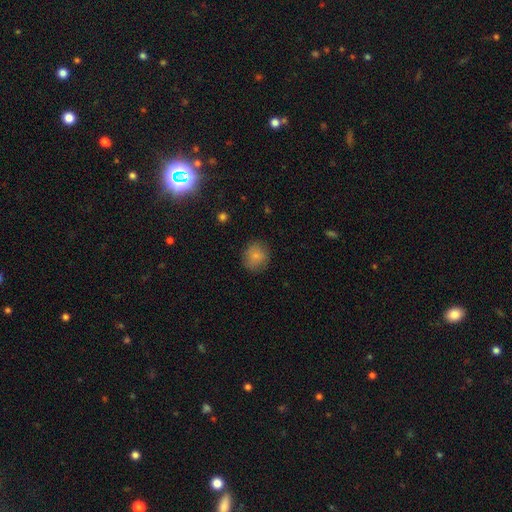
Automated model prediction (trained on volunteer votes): Smooth or featured: smooth — 83% (star or artifact — 9%)
How rounded: round — 84% (in between — 15%)
Merging: none — 84% (minor disturbance — 12%)